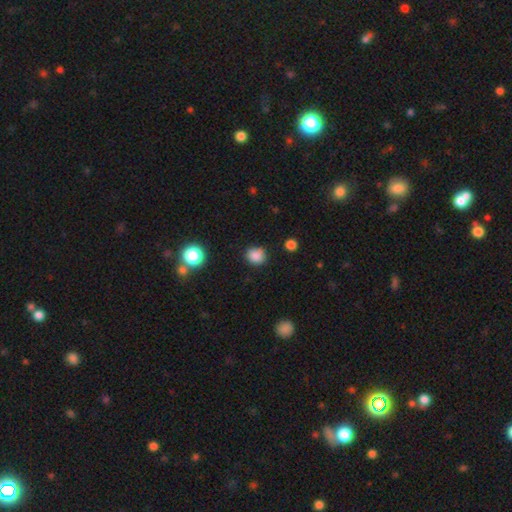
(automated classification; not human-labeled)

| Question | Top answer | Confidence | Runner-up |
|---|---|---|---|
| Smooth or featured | smooth | 85% | star or artifact (11%) |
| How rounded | round | 84% | in between (15%) |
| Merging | none | 85% | minor disturbance (10%) |